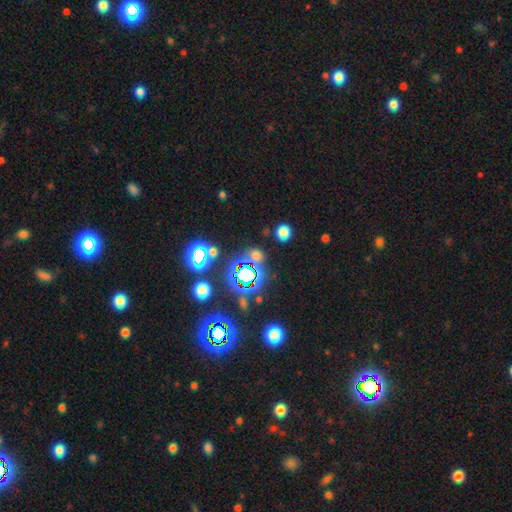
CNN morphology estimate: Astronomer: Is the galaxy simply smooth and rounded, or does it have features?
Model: star or artifact — 48% (runner-up: smooth, 44%).